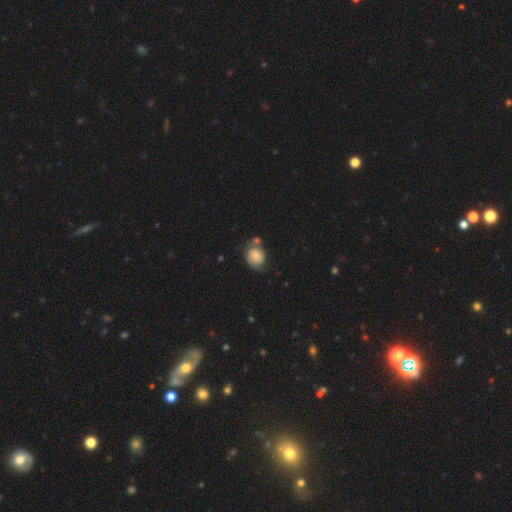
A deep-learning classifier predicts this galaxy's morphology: Q: Smooth or featured?
A: smooth (66%); runner-up: featured or disk (25%)
Q: How rounded?
A: round (66%); runner-up: in between (33%)
Q: Merging?
A: none (49%); runner-up: minor disturbance (23%)